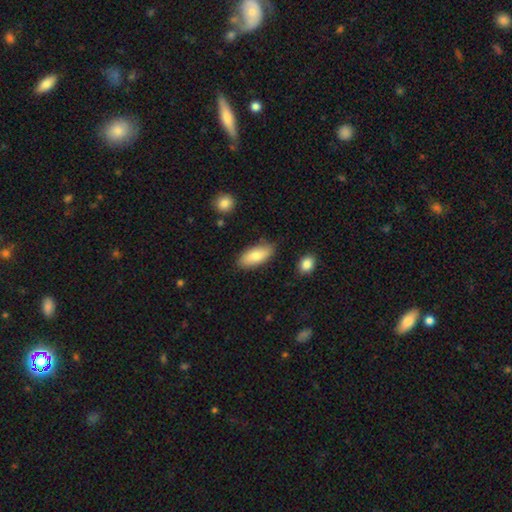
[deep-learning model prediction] Q: Smooth or featured?
A: smooth (82%); runner-up: featured or disk (12%)
Q: How rounded?
A: in between (87%); runner-up: cigar-shaped (11%)
Q: Merging?
A: none (80%); runner-up: minor disturbance (15%)